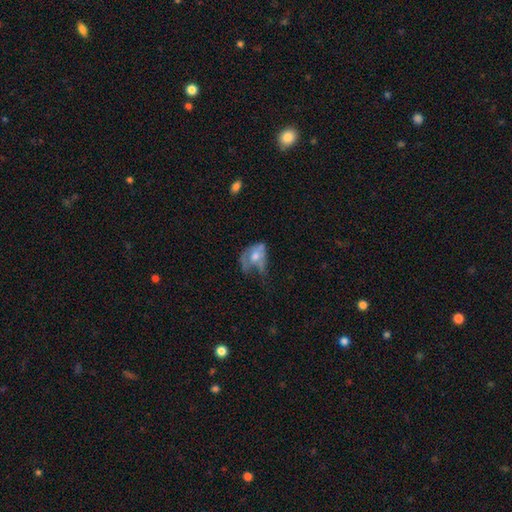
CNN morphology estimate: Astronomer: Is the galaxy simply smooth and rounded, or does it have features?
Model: featured or disk — 46% (runner-up: smooth, 45%).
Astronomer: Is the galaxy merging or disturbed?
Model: major disturbance — 47% (runner-up: minor disturbance, 23%).